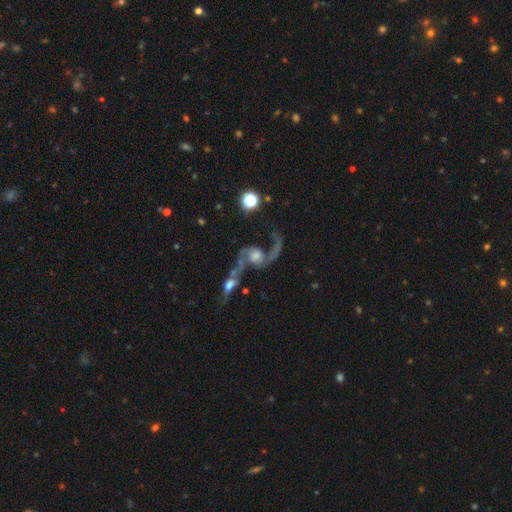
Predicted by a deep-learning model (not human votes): Overall: featured or disk (82%). Edge-on disk: no (95%). Bar: no (66%; weak 28%). Spiral arms: yes (93%). Spiral arm count: 2 (81%). Spiral winding: loose (75%). Bulge size: moderate (43%; large 22%). Merging: merger (44%; none 27%).